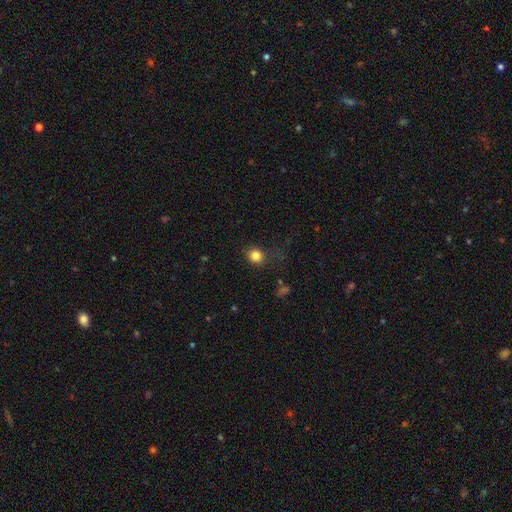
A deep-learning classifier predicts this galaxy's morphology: Q: Smooth or featured?
A: smooth (82%); runner-up: star or artifact (13%)
Q: How rounded?
A: round (85%); runner-up: in between (14%)
Q: Merging?
A: none (79%); runner-up: minor disturbance (13%)